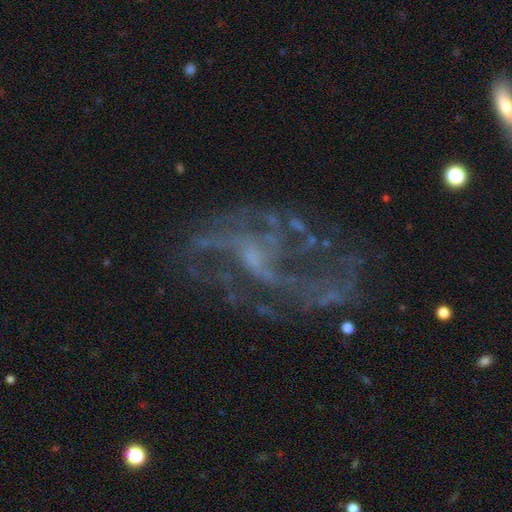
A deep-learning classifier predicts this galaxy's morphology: type=featured or disk (80%); edge-on=no (97%); bar=no (51%); spiral arms=yes (81%); winding=loose (47%); arm count=can't tell (32%); bulge=small (54%); merging=none (50%).